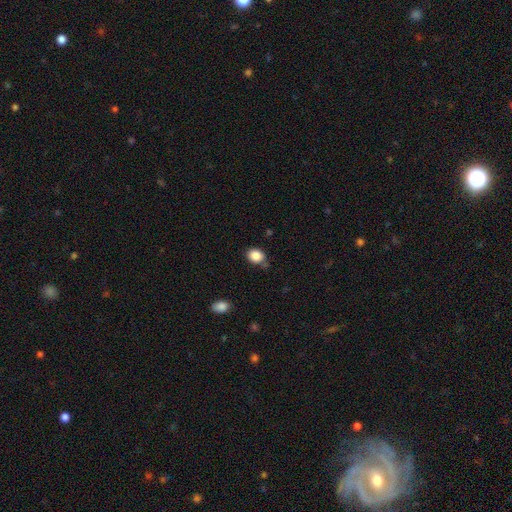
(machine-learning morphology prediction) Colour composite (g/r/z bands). It shows a smooth galaxy with no disk features (86%) that is round (56%). Merging: none (73%).